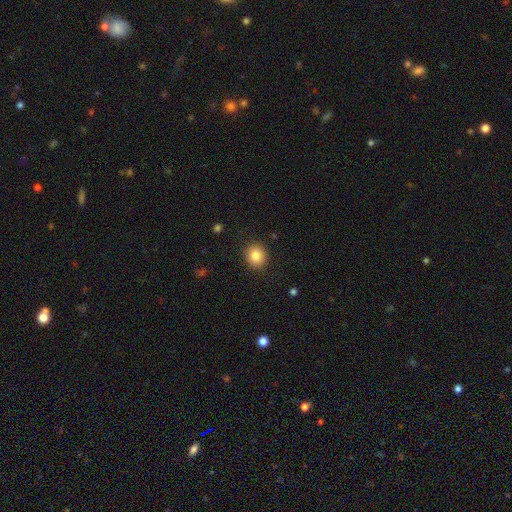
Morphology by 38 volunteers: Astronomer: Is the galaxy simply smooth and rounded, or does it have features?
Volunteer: smooth — 79%.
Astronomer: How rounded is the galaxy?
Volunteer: round — 90%.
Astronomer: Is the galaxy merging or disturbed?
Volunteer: none — 85%.